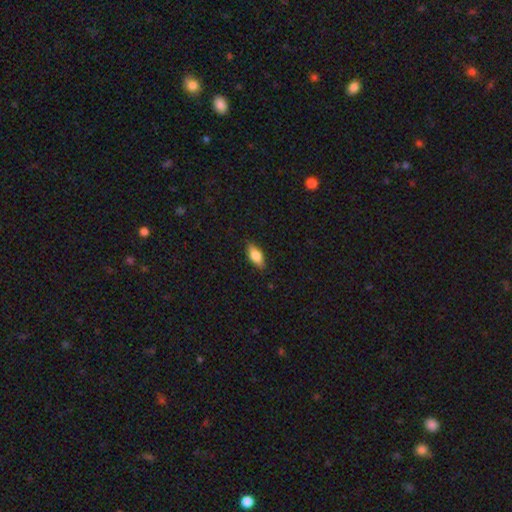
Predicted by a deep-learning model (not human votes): smooth 75%, featured or disk 18%, star or artifact 7%. Down the decision tree: how rounded — in between (83%); merging — none (86%).